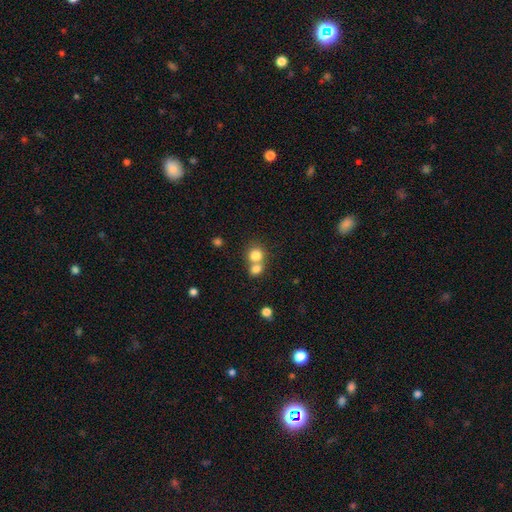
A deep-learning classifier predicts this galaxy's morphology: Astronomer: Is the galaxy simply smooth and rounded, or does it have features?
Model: smooth — 78%.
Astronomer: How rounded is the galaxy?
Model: round — 81%.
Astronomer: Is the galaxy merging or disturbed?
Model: merger — 54% (runner-up: none, 38%).